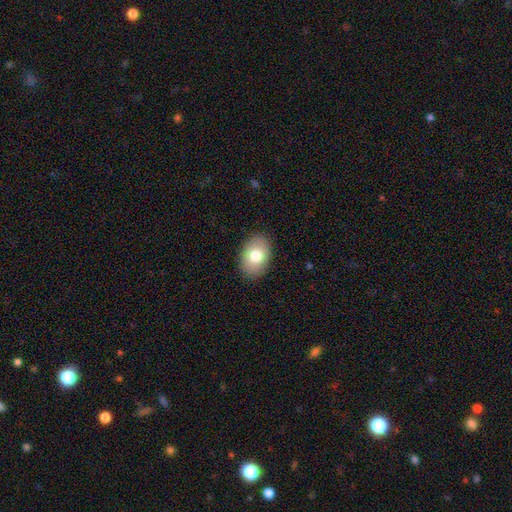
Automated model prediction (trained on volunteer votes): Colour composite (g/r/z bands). It shows a smooth galaxy with no disk features (77%) that is in between round and cigar-shaped (85%). Merging: none (88%).